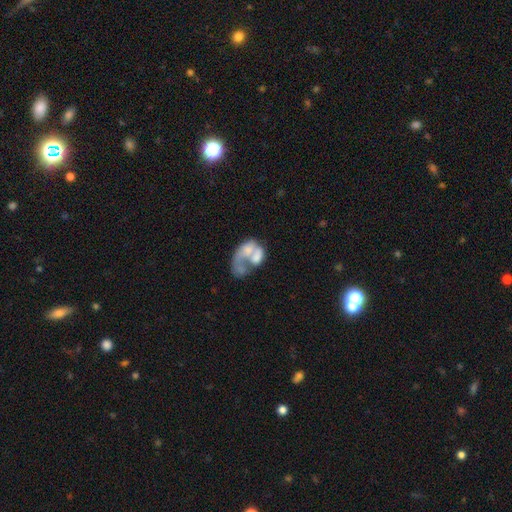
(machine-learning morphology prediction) smooth_or_featured: featured or disk (p=0.56) [alt: smooth p=0.34]
disk_edge_on: no (p=0.98) [alt: yes p=0.02]
bar: no (p=0.86) [alt: weak p=0.11]
has_spiral_arms: no (p=0.70) [alt: yes p=0.30]
bulge_size: none (p=0.47) [alt: moderate p=0.22]
merging: merger (p=0.51) [alt: major disturbance p=0.28]